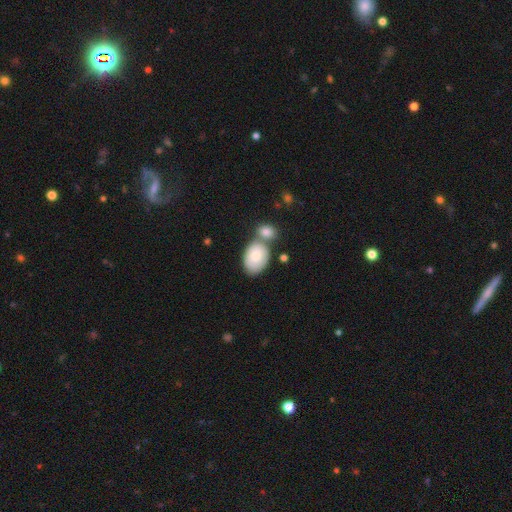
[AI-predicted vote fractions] Smooth or featured? Predicted: smooth (p=0.79). How rounded? Predicted: in between (p=0.83). Merging? Predicted: none (p=0.40, tied with merger).